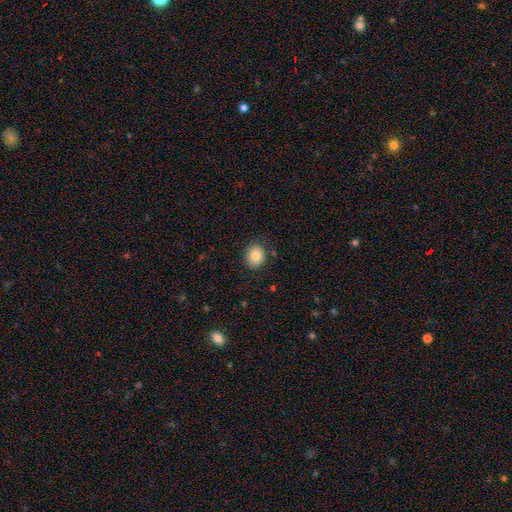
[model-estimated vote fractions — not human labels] The model was most divided on "how rounded": round: 70%, in between: 29%, cigar-shaped: 1%. More confident: merging — none (85%); smooth or featured — smooth (84%).